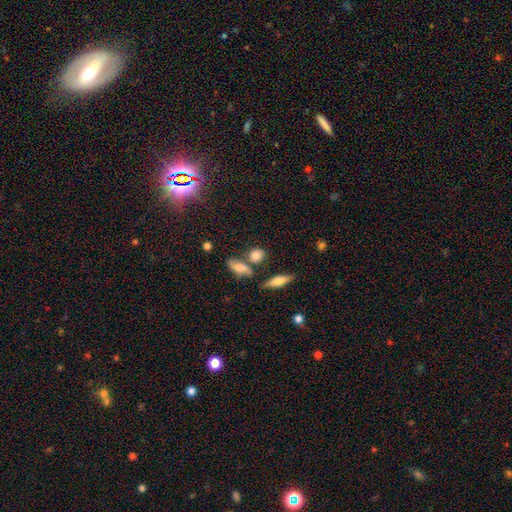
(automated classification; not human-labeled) Smooth or featured? Predicted: smooth (p=0.78). How rounded? Predicted: round (p=0.54). Merging? Predicted: none (p=0.62).